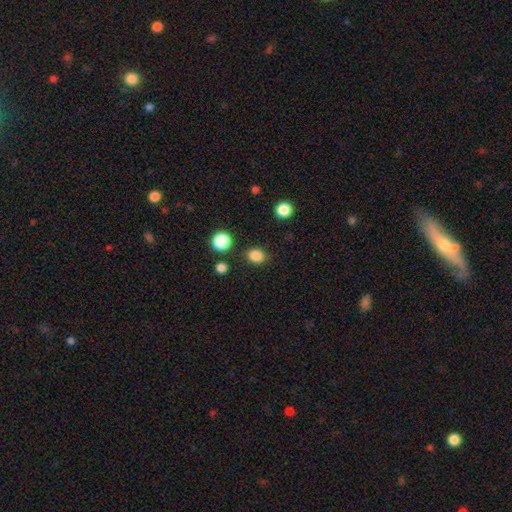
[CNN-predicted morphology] A smooth galaxy with no disk features (85%) that is round (65%). Merging: none (86%).